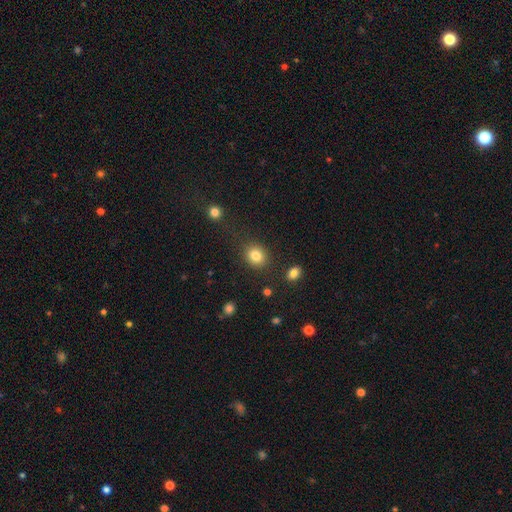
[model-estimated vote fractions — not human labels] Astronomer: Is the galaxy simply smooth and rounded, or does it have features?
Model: smooth — 83%.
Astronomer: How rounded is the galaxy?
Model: round — 68%.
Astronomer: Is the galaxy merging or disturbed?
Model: none — 84%.